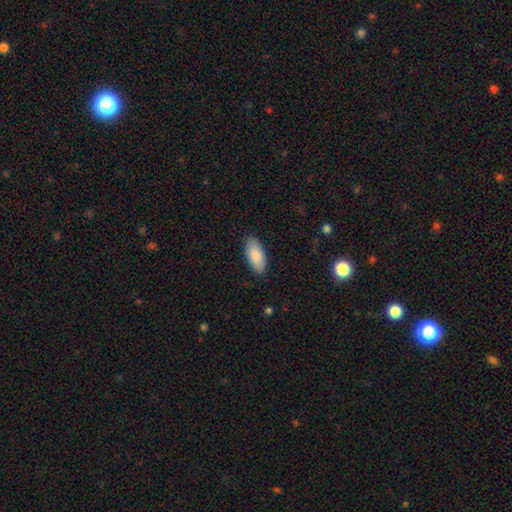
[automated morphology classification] The model was most divided on "merging": none: 86%, minor disturbance: 11%, major disturbance: 2%, merger: 1%. More confident: how rounded — in between (89%); smooth or featured — smooth (87%).